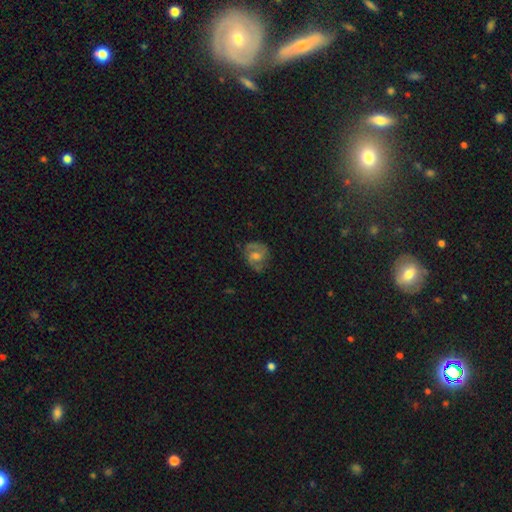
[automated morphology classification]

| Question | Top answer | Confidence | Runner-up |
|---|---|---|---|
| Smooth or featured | featured or disk | 64% | smooth (27%) |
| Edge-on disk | no | 97% | yes (3%) |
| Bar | no | 48% | weak (42%) |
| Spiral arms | yes | 85% | no (15%) |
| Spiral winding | medium | 49% | tight (31%) |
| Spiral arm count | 2 | 80% | can't tell (12%) |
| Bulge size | moderate | 56% | small (30%) |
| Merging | none | 69% | minor disturbance (20%) |